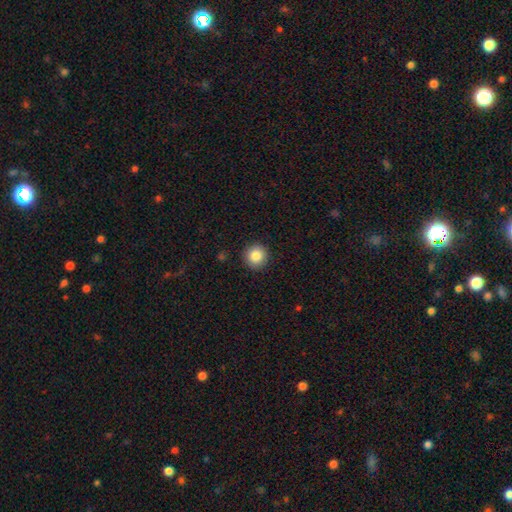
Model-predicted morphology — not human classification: Q: Smooth or featured?
A: smooth (86%); runner-up: star or artifact (9%)
Q: How rounded?
A: round (95%); runner-up: in between (4%)
Q: Merging?
A: none (92%); runner-up: minor disturbance (5%)